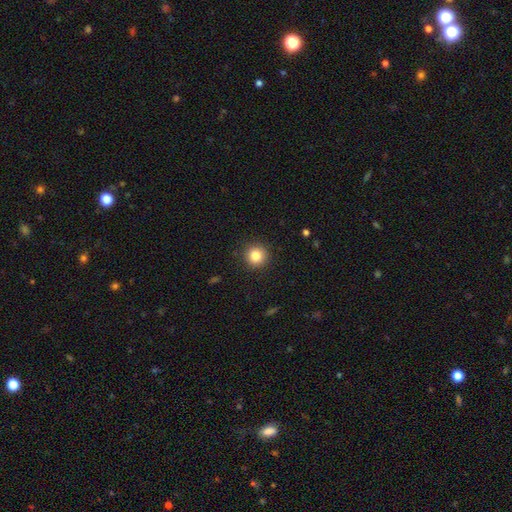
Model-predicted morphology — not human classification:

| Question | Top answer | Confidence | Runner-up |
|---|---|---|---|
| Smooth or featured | smooth | 84% | star or artifact (10%) |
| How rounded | round | 95% | in between (4%) |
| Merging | none | 91% | minor disturbance (6%) |